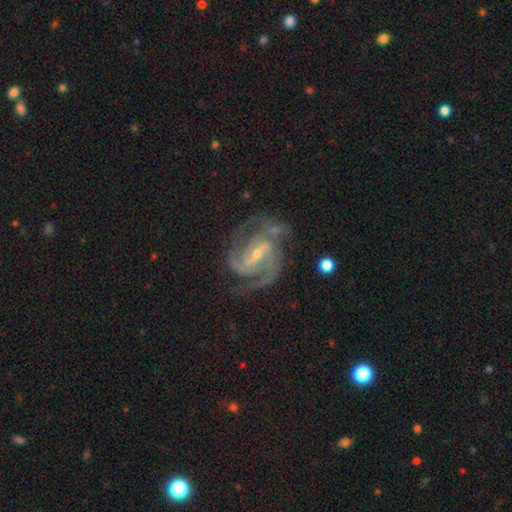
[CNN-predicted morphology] A featured or disk galaxy (92%) with a strong bar (45%), 3 (41%) medium (49%) spiral arms (99%) and a small central bulge (65%). Merging: none (67%).